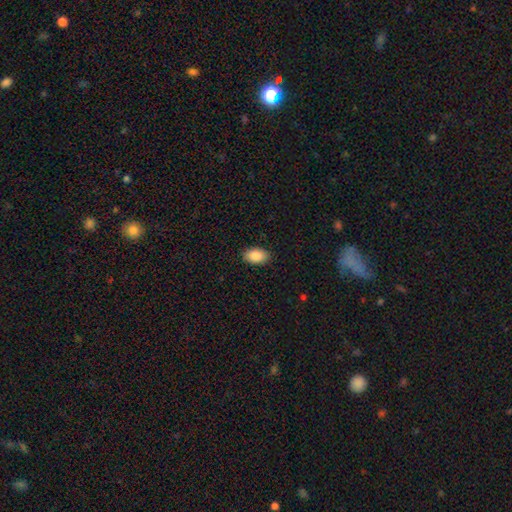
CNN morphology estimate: A smooth galaxy with no disk features (89%) that is in between round and cigar-shaped (93%). Merging: none (89%).